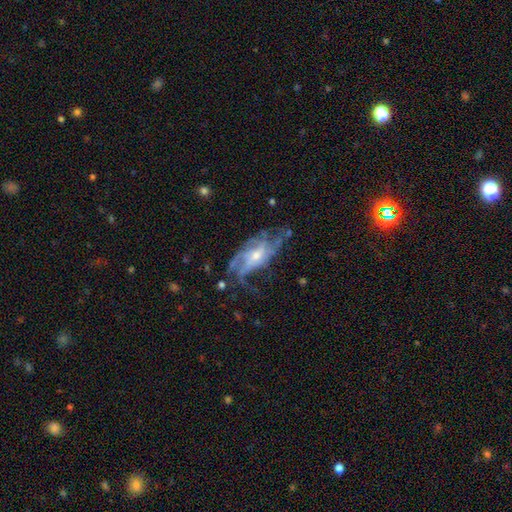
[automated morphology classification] This is clearly a featured or disk galaxy (82%). It is clearly not viewed edge-on (93%). Bar: possibly no (57%). Spiral arm pattern: clearly yes (87%). Spiral arm count: marginally can't tell (31%). Spiral winding: marginally medium (41%). Central bulge: possibly moderate (47%). Merging: possibly none (50%).